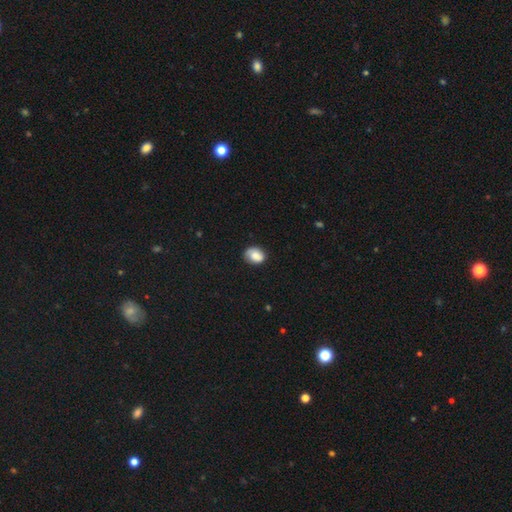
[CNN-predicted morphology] This appears to be a smooth galaxy with no disk features (77%) that is in between round and cigar-shaped (57%). Merging: none (70%).